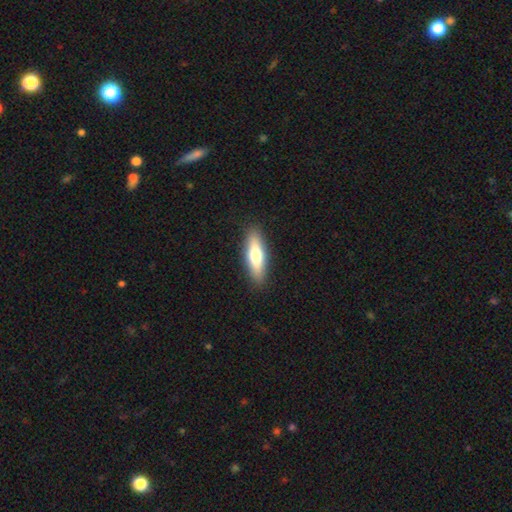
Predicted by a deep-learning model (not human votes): The model was most divided on "how rounded": cigar-shaped: 57%, in between: 41%, round: 2%. More confident: merging — none (90%); smooth or featured — smooth (64%).